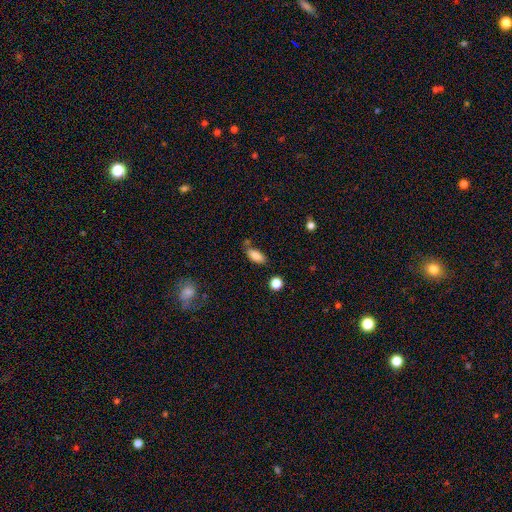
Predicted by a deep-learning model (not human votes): This appears to be a smooth galaxy with no disk features (86%) that is in between round and cigar-shaped (84%). Merging: none (70%).